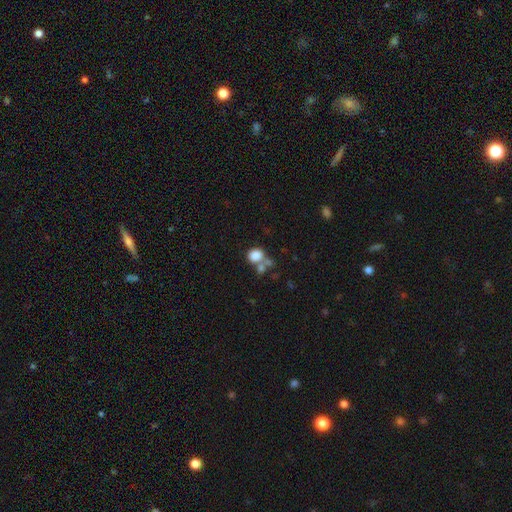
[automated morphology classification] A smooth galaxy with no disk features (80%) that is round (56%).

Vote fractions:
- Smooth or featured? smooth: 80% / star or artifact: 11% / featured or disk: 10%
- How rounded? round: 56% / in between: 43% / cigar-shaped: 1%
- Merging? merger: 44% / none: 38% / minor disturbance: 11% / major disturbance: 7%